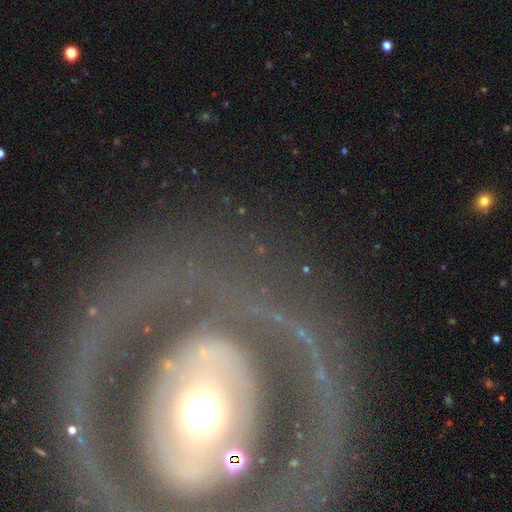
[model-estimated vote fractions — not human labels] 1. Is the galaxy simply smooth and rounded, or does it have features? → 75% featured or disk, 17% smooth, 8% star or artifact.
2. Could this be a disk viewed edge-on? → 93% no, 7% yes.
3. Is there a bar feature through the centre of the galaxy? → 55% no, 24% strong, 21% weak.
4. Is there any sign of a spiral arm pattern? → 54% no, 46% yes.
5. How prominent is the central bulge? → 61% moderate, 19% large, 14% small, 4% dominant, 1% none.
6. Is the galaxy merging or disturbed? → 75% none, 12% major disturbance, 11% minor disturbance, 2% merger.